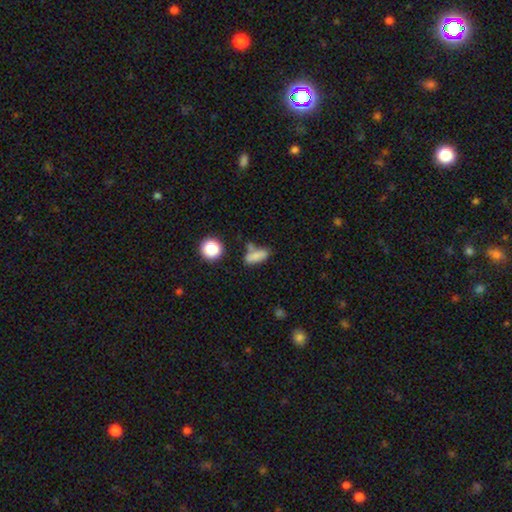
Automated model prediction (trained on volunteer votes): Q: Smooth or featured?
A: smooth (75%); runner-up: star or artifact (13%)
Q: How rounded?
A: in between (68%); runner-up: cigar-shaped (23%)
Q: Merging?
A: none (47%); runner-up: merger (22%)